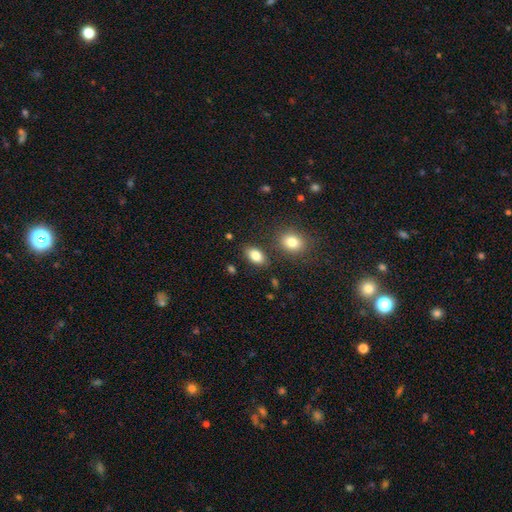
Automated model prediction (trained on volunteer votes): Morphology: type=smooth (84%); roundness=in between (90%); merging=none (82%).